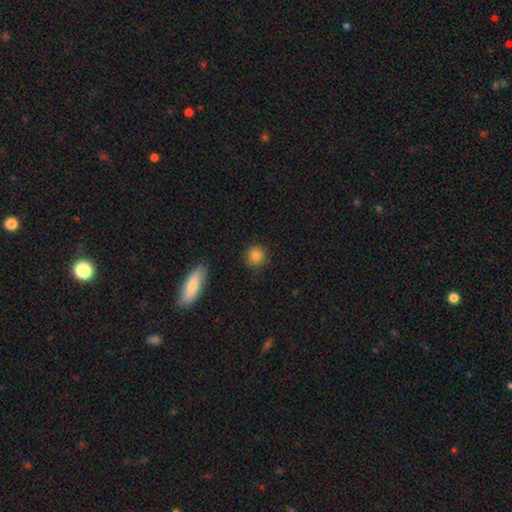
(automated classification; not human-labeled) Overall: smooth (85%). How rounded: round (86%). Merging: none (87%).